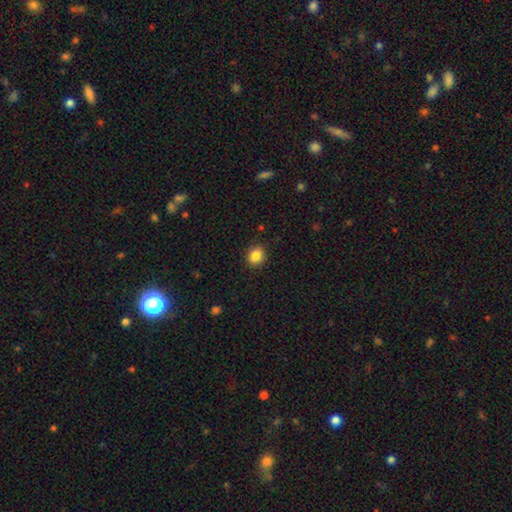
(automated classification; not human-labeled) smooth-or-featured: smooth: 85% | star or artifact: 10% | featured or disk: 5%
  how-rounded: round: 69% | in between: 30% | cigar-shaped: 1%
  merging: none: 89% | minor disturbance: 8% | major disturbance: 2% | merger: 1%